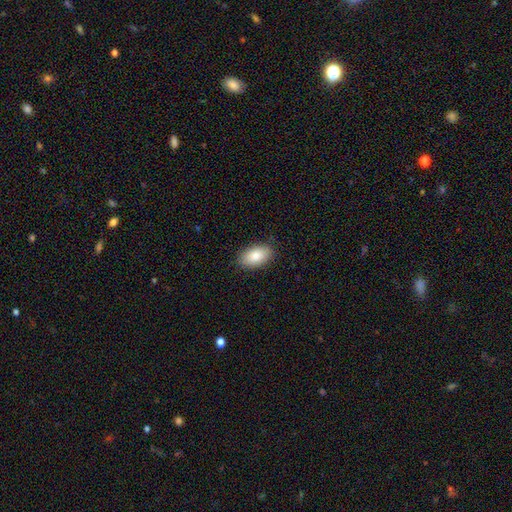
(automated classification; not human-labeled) Smooth or featured: smooth — 84% (featured or disk — 9%)
How rounded: in between — 94% (round — 4%)
Merging: none — 88% (minor disturbance — 9%)